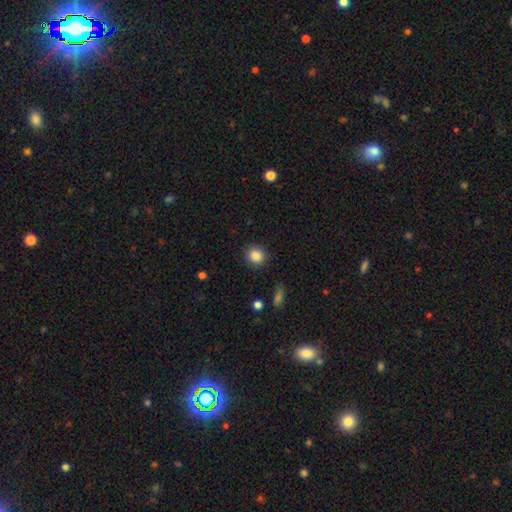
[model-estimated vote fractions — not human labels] smooth 86%, star or artifact 9%, featured or disk 4%. Down the decision tree: how rounded — round (80%); merging — none (89%).